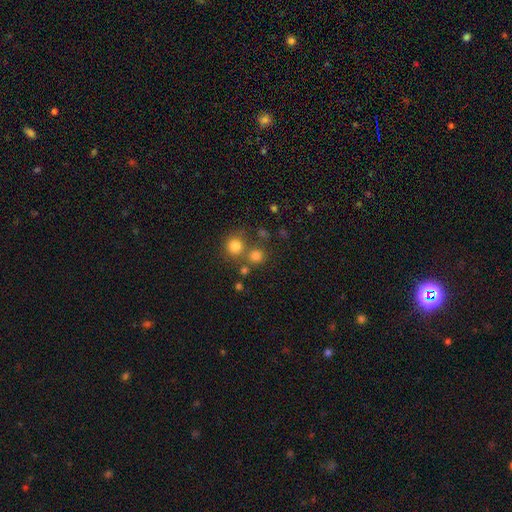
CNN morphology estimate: A smooth galaxy with no disk features (78%) that is round (88%).

Vote fractions:
- Smooth or featured? smooth: 78% / star or artifact: 15% / featured or disk: 7%
- How rounded? round: 88% / in between: 11% / cigar-shaped: 1%
- Merging? none: 64% / merger: 25% / minor disturbance: 8% / major disturbance: 4%